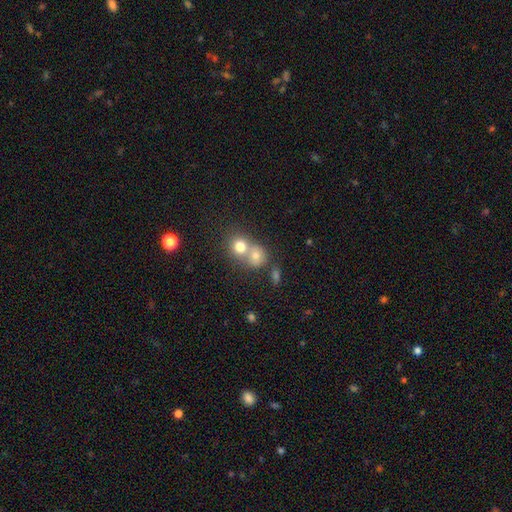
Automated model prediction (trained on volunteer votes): This appears to be a smooth galaxy with no disk features (75%) that is round (74%). Merging: merger (59%).